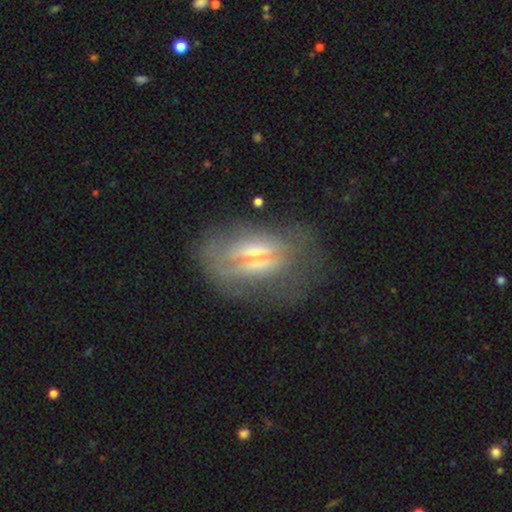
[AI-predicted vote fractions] Smooth or featured? Predicted: featured or disk (p=0.53). Edge-on disk? Predicted: no (p=0.65). Merging? Predicted: none (p=0.50).